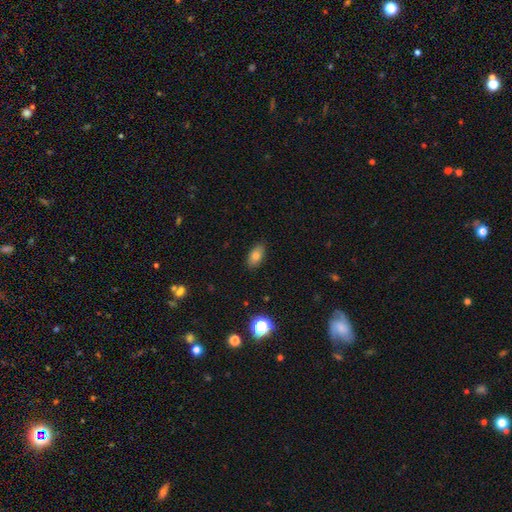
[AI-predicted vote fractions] smooth-or-featured: smooth: 77% | featured or disk: 13% | star or artifact: 10%
  how-rounded: in between: 89% | round: 7% | cigar-shaped: 4%
  merging: none: 88% | minor disturbance: 9% | major disturbance: 2% | merger: 1%